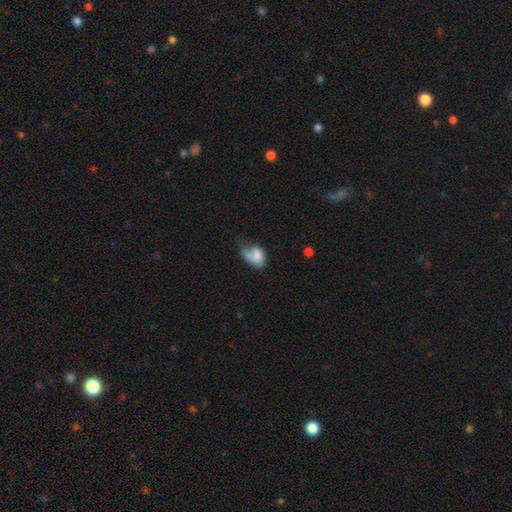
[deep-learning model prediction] smooth-or-featured: smooth: 65% | featured or disk: 26% | star or artifact: 9%
  how-rounded: in between: 83% | round: 15% | cigar-shaped: 2%
  merging: major disturbance: 29% | merger: 24% | none: 24% | minor disturbance: 23%